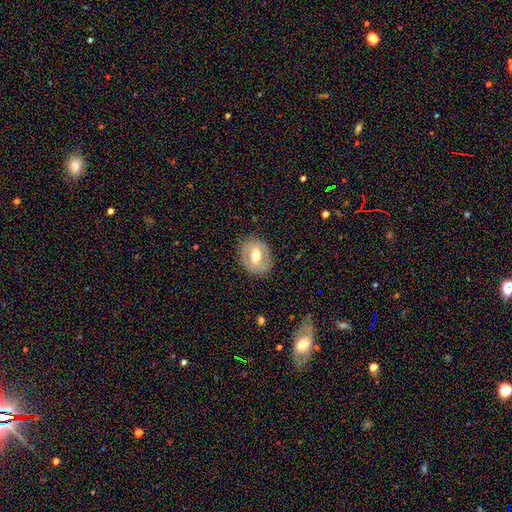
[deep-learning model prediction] Morphology: type=featured or disk (52%); edge-on=no (93%); merging=none (81%).